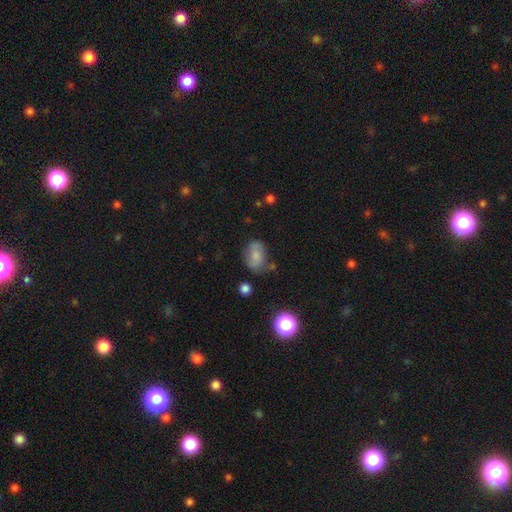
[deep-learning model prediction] The model was most divided on "merging": none: 59%, minor disturbance: 26%, major disturbance: 9%, merger: 6%. More confident: how rounded — in between (80%); smooth or featured — smooth (65%).